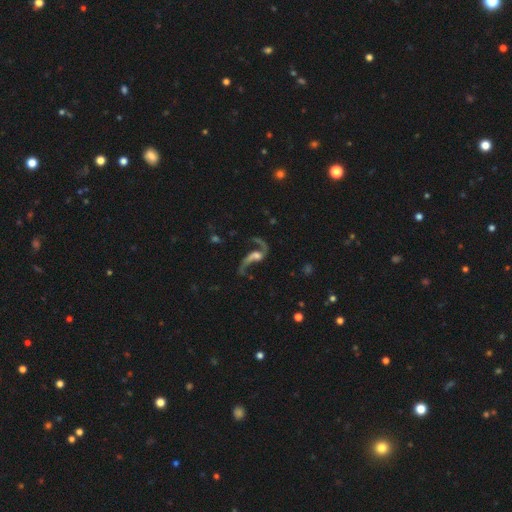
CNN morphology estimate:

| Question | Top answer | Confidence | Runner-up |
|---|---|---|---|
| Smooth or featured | featured or disk | 86% | star or artifact (7%) |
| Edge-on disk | no | 94% | yes (6%) |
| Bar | no | 50% | weak (35%) |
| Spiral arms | yes | 95% | no (5%) |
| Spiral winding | loose | 90% | medium (8%) |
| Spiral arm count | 2 | 91% | 1 (5%) |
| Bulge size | moderate | 45% | small (29%) |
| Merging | none | 58% | major disturbance (21%) |